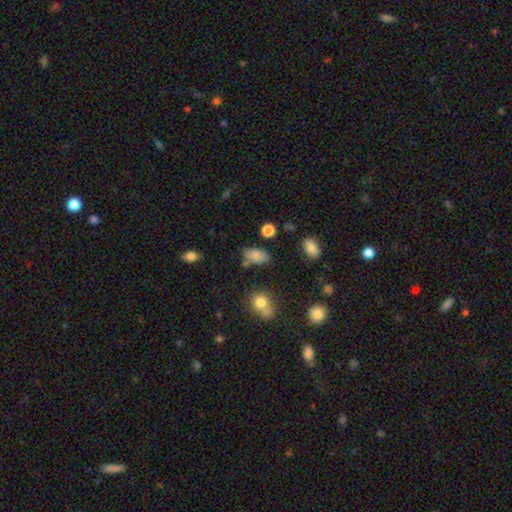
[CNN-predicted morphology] A smooth galaxy with no disk features (81%) that is in between round and cigar-shaped (90%).

Vote fractions:
- Smooth or featured? smooth: 81% / star or artifact: 12% / featured or disk: 7%
- How rounded? in between: 90% / round: 8% / cigar-shaped: 2%
- Merging? none: 68% / minor disturbance: 19% / merger: 7% / major disturbance: 5%